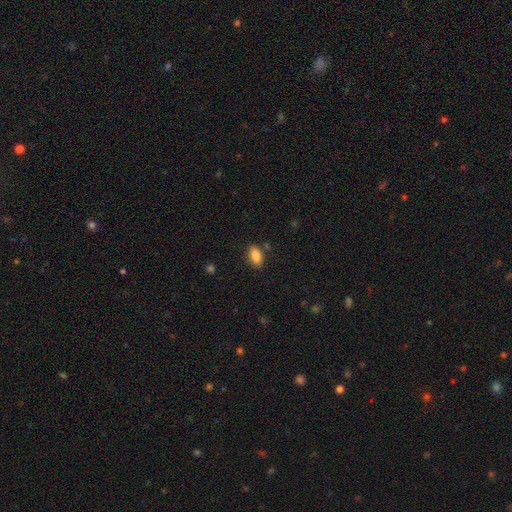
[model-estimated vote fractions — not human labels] This is clearly a smooth galaxy (86%). How rounded: clearly in between (90%). Merging: clearly none (83%).